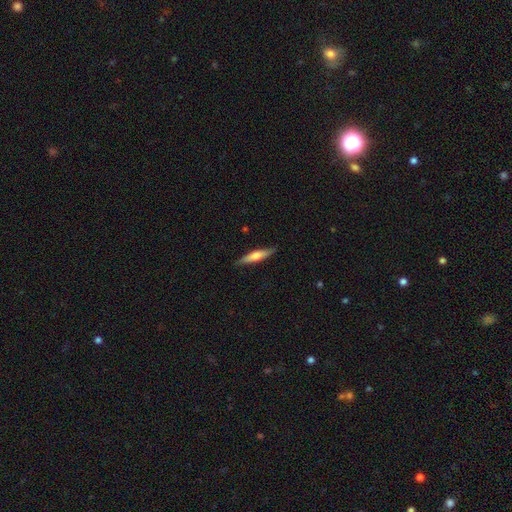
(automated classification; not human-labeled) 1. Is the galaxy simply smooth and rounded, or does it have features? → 52% smooth, 42% featured or disk, 6% star or artifact.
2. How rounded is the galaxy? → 85% cigar-shaped, 13% in between, 2% round.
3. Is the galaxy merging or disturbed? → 87% none, 10% minor disturbance, 2% major disturbance, 1% merger.